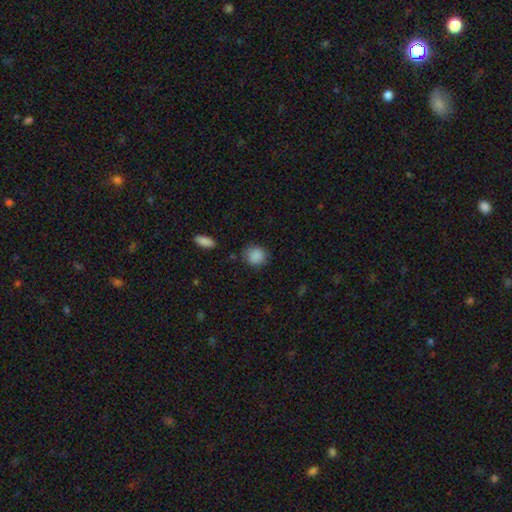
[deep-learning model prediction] Overall: smooth (88%). How rounded: round (81%). Merging: none (80%).